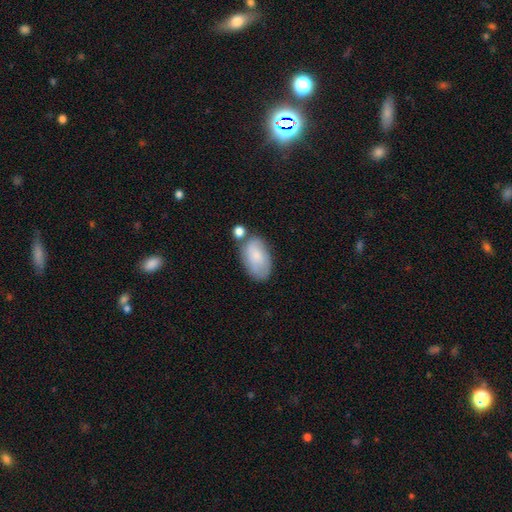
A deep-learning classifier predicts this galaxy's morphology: Overall: smooth (73%). How rounded: in between (93%). Merging: none (56%; minor disturbance 22%).